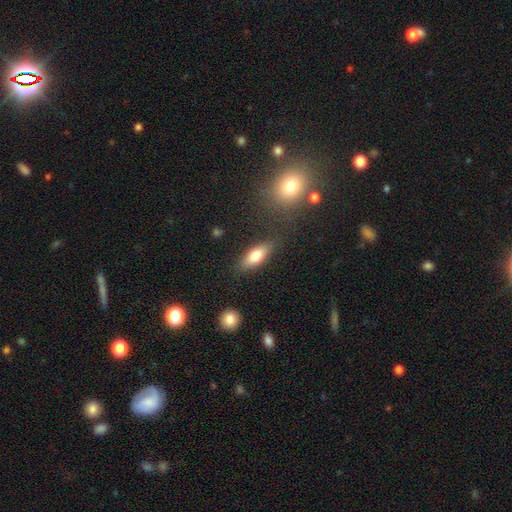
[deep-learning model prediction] Smooth or featured? Predicted: smooth (p=0.74). How rounded? Predicted: in between (p=0.72). Merging? Predicted: none (p=0.80).